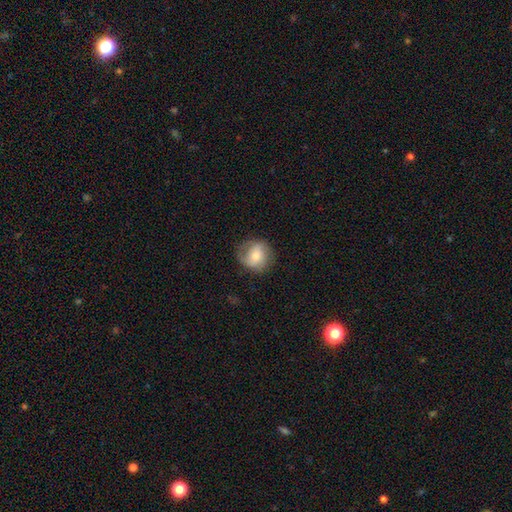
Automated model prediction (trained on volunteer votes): This appears to be a smooth galaxy with no disk features (54%) that is round (78%). Merging: none (70%).